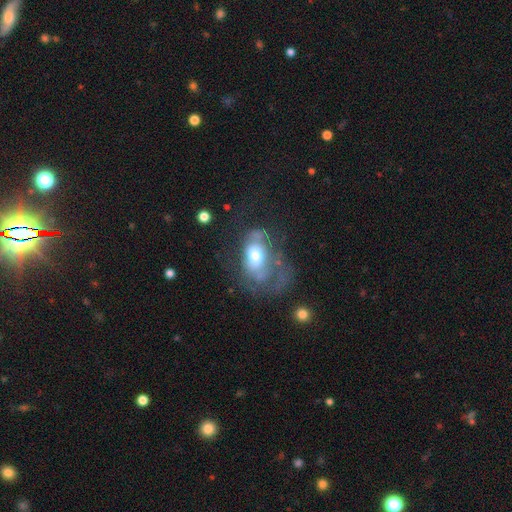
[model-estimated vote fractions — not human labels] Morphology: type=featured or disk (55%); edge-on=no (94%); bar=no (73%); spiral arms=no (55%); bulge=moderate (60%); merging=major disturbance (49%).